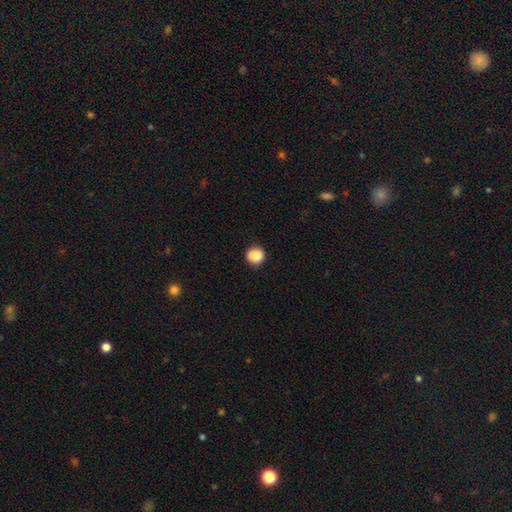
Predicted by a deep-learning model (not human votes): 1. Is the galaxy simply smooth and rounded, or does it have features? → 88% smooth, 9% star or artifact, 3% featured or disk.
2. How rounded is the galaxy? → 92% round, 7% in between, 1% cigar-shaped.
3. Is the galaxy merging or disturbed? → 88% none, 8% minor disturbance, 2% major disturbance, 1% merger.